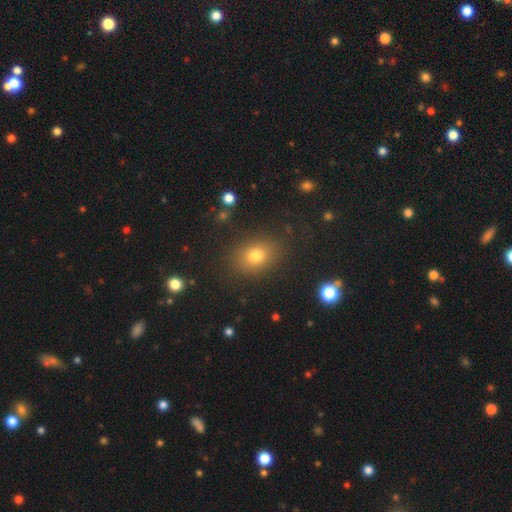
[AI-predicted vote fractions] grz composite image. It shows a smooth galaxy with no disk features (76%) that is in between round and cigar-shaped (53%). Merging: none (85%).